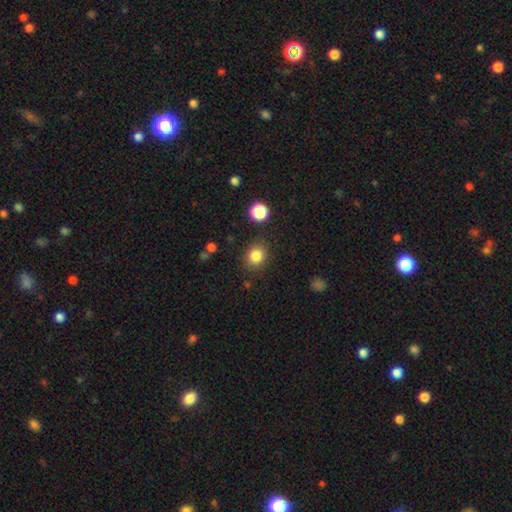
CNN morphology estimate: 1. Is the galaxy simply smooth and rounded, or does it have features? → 84% smooth, 11% star or artifact, 5% featured or disk.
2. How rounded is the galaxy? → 76% round, 23% in between, 1% cigar-shaped.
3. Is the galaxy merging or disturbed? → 85% none, 9% minor disturbance, 3% major disturbance, 2% merger.